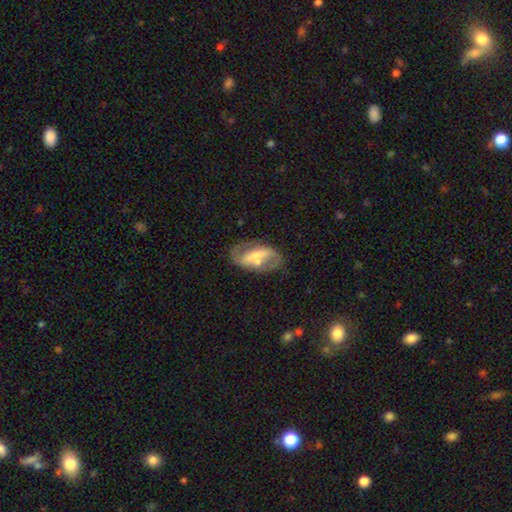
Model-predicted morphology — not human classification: smooth_or_featured: featured or disk (p=0.70) [alt: smooth p=0.23]
disk_edge_on: no (p=0.95) [alt: yes p=0.05]
bar: weak (p=0.35) [alt: no p=0.34]
has_spiral_arms: yes (p=0.73) [alt: no p=0.27]
bulge_size: small (p=0.43) [alt: moderate p=0.39]
merging: none (p=0.53) [alt: minor disturbance p=0.22]